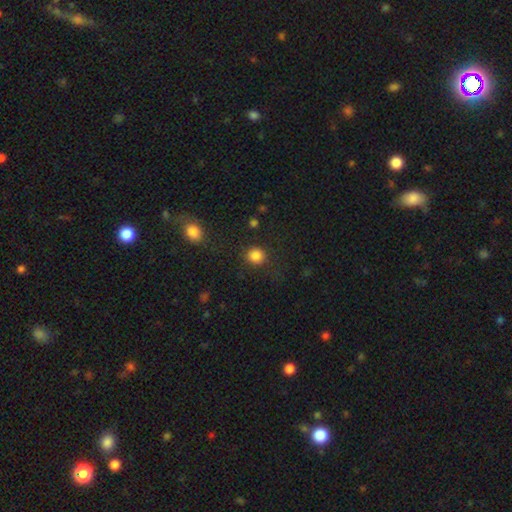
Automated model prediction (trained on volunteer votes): Overall: smooth (84%). How rounded: round (88%). Merging: none (83%).